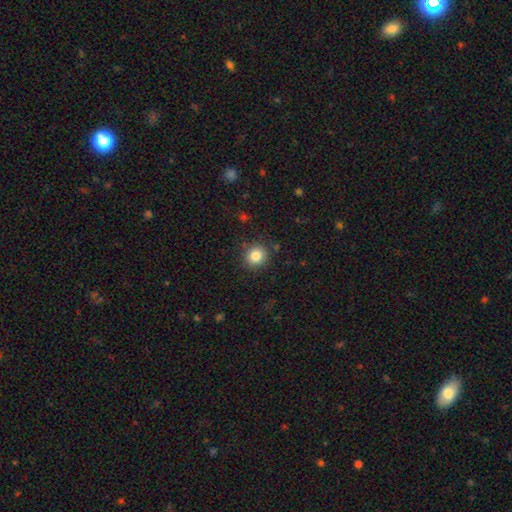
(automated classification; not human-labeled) This is clearly a smooth galaxy (83%). How rounded: clearly round (88%). Merging: clearly none (87%).